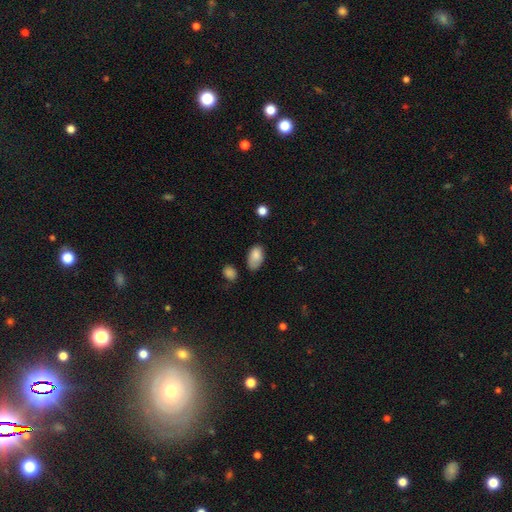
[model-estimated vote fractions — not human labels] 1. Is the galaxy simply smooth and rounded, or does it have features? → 83% smooth, 9% featured or disk, 8% star or artifact.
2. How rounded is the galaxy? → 93% in between, 6% round, 2% cigar-shaped.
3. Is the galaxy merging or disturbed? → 57% none, 31% minor disturbance, 8% major disturbance, 4% merger.